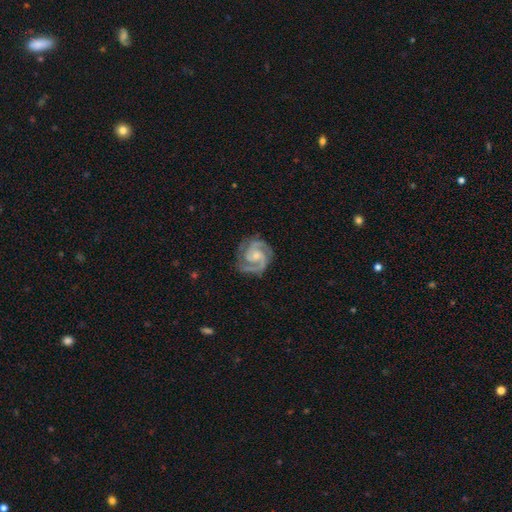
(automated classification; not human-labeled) Smooth or featured? Predicted: featured or disk (p=0.93). Edge-on disk? Predicted: no (p=0.98). Bar? Predicted: no (p=0.58). Spiral arms? Predicted: yes (p=0.99). Spiral winding? Predicted: tight (p=0.48). Spiral arm count? Predicted: 2 (p=0.82). Bulge size? Predicted: small (p=0.57). Merging? Predicted: none (p=0.79).